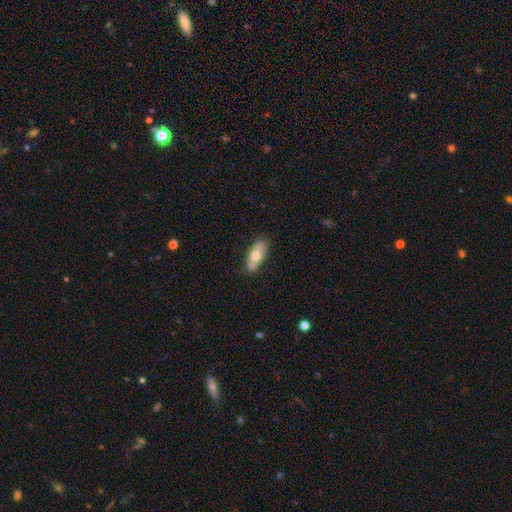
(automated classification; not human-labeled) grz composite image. It shows a smooth galaxy with no disk features (61%) that is in between round and cigar-shaped (80%). Merging: none (83%).